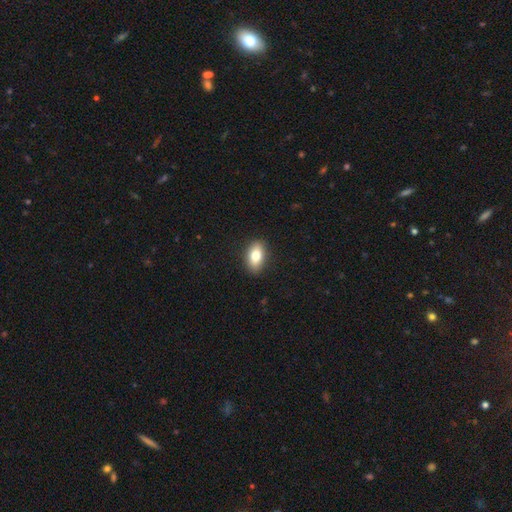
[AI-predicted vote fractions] Smooth or featured? smooth (79%)
How rounded? in between (88%)
Merging? none (88%)